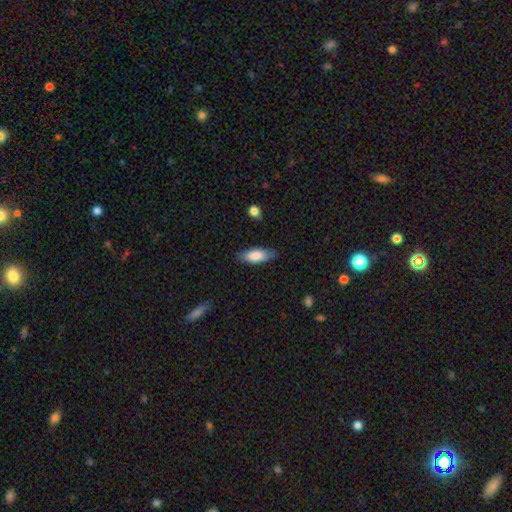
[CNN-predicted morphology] This appears to be a smooth galaxy with no disk features (83%) that is in between round and cigar-shaped (75%). Merging: none (81%).